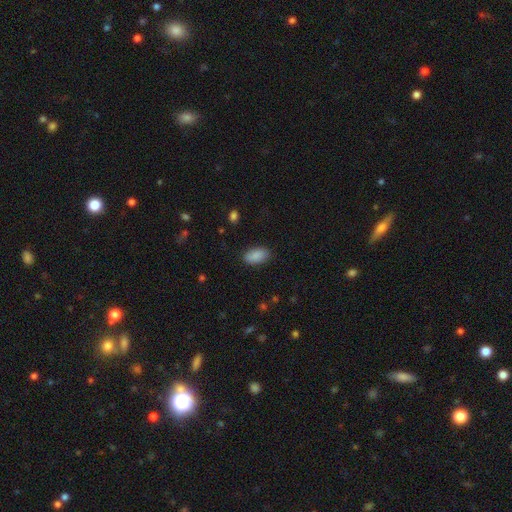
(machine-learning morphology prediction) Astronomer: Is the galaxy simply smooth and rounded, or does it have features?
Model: smooth — 89%.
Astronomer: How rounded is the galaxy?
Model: in between — 93%.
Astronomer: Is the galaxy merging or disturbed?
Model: none — 85%.